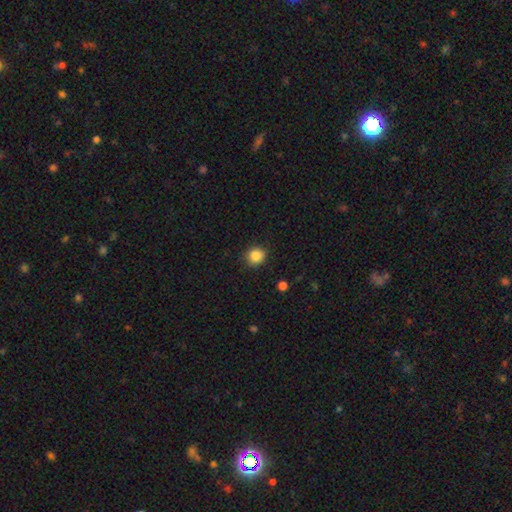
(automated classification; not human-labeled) A smooth galaxy with no disk features (86%) that is round (83%).

Vote fractions:
- Smooth or featured? smooth: 86% / star or artifact: 10% / featured or disk: 3%
- How rounded? round: 83% / in between: 16% / cigar-shaped: 1%
- Merging? none: 87% / minor disturbance: 10% / major disturbance: 3% / merger: 1%